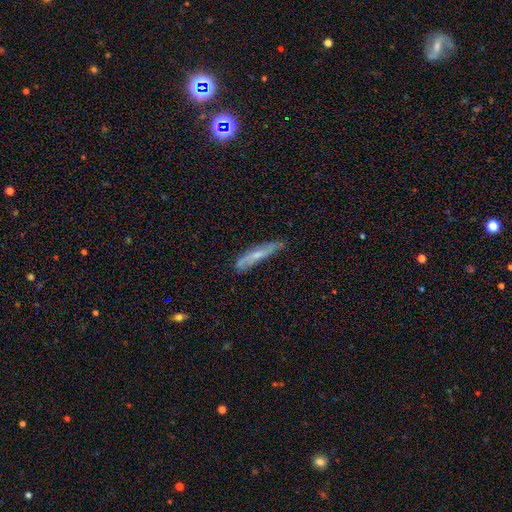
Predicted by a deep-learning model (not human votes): Q: Smooth or featured?
A: smooth (48%); runner-up: featured or disk (45%)
Q: Merging?
A: none (68%); runner-up: minor disturbance (24%)